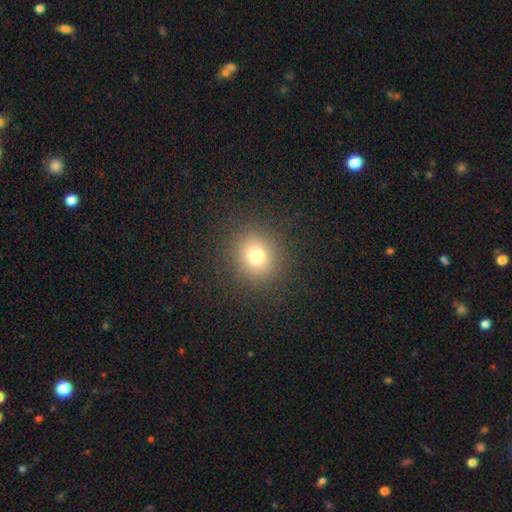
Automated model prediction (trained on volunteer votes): Smooth or featured: smooth — 75% (star or artifact — 16%)
How rounded: round — 86% (in between — 13%)
Merging: none — 89% (minor disturbance — 6%)